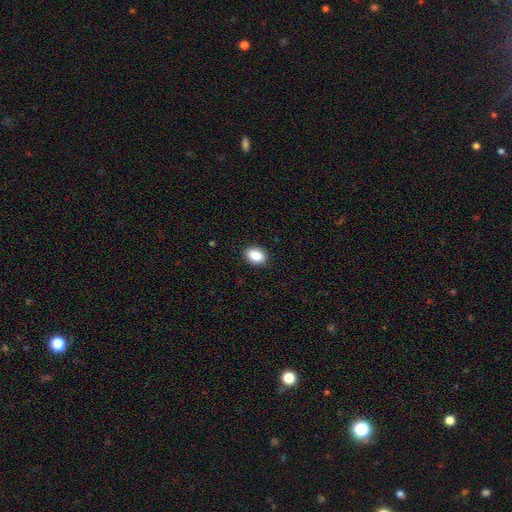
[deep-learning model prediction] smooth-or-featured: smooth: 88% | star or artifact: 8% | featured or disk: 4%
  how-rounded: in between: 78% | round: 21% | cigar-shaped: 1%
  merging: none: 89% | minor disturbance: 8% | major disturbance: 2% | merger: 1%